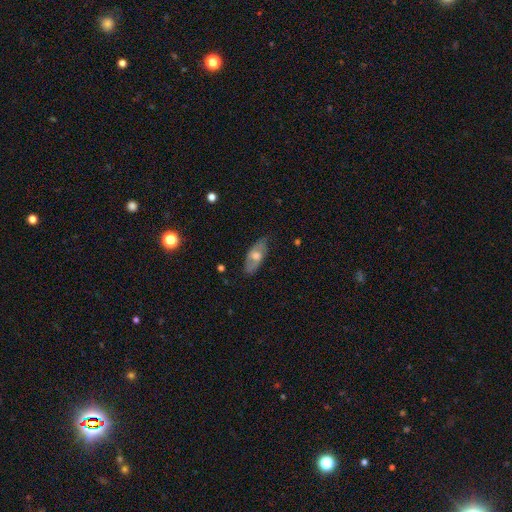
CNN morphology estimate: The model was most divided on "smooth or featured": smooth: 47%, featured or disk: 46%, star or artifact: 7%. More confident: merging — none (75%).